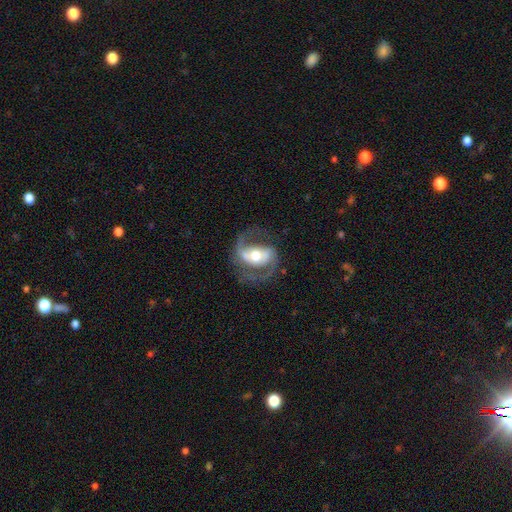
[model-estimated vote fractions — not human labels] Q: Smooth or featured?
A: featured or disk (85%); runner-up: smooth (10%)
Q: Edge-on disk?
A: no (97%); runner-up: yes (3%)
Q: Bar?
A: strong (39%); runner-up: weak (36%)
Q: Spiral arms?
A: yes (93%); runner-up: no (7%)
Q: Spiral winding?
A: medium (55%); runner-up: loose (29%)
Q: Spiral arm count?
A: 2 (90%); runner-up: 1 (4%)
Q: Bulge size?
A: moderate (65%); runner-up: large (18%)
Q: Merging?
A: none (70%); runner-up: minor disturbance (15%)